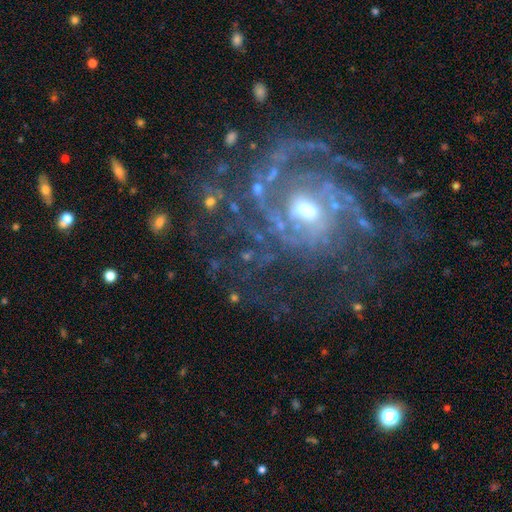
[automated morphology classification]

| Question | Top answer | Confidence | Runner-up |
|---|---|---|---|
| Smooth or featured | featured or disk | 89% | star or artifact (7%) |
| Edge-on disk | no | 98% | yes (2%) |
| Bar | no | 53% | weak (35%) |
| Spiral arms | yes | 96% | no (4%) |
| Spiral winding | tight | 53% | medium (36%) |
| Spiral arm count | can't tell | 27% | 2 (20%) |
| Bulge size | moderate | 63% | small (27%) |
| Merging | none | 60% | major disturbance (20%) |